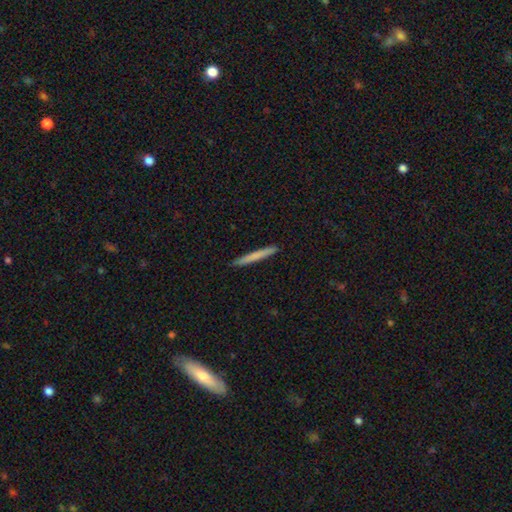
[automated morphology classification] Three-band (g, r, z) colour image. It shows a smooth galaxy with no disk features (72%) that is cigar-shaped (97%). Merging: none (92%).